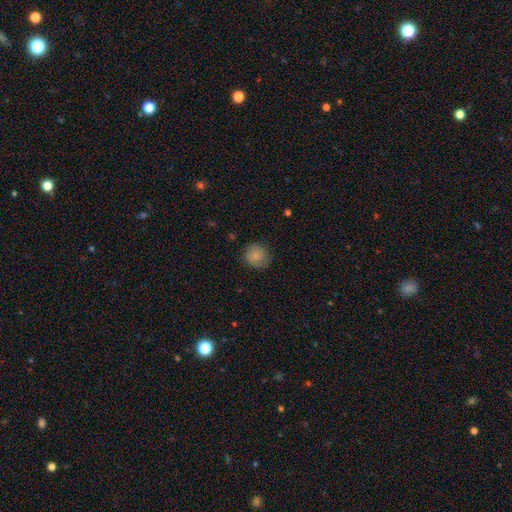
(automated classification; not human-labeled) Q: Smooth or featured?
A: smooth (81%); runner-up: featured or disk (11%)
Q: How rounded?
A: round (88%); runner-up: in between (11%)
Q: Merging?
A: none (81%); runner-up: minor disturbance (14%)